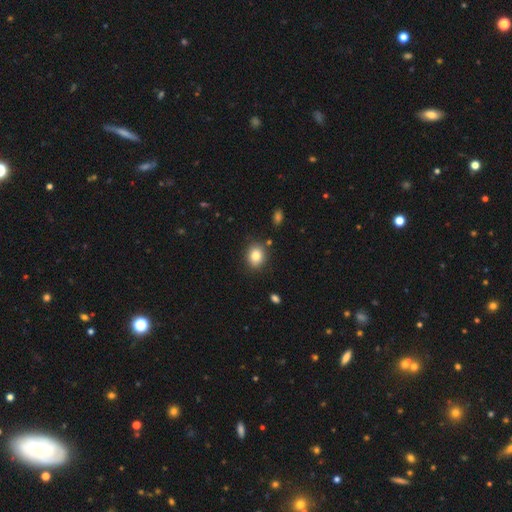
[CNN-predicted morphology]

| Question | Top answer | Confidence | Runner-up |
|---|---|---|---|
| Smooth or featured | smooth | 83% | star or artifact (10%) |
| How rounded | round | 57% | in between (42%) |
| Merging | none | 84% | minor disturbance (10%) |